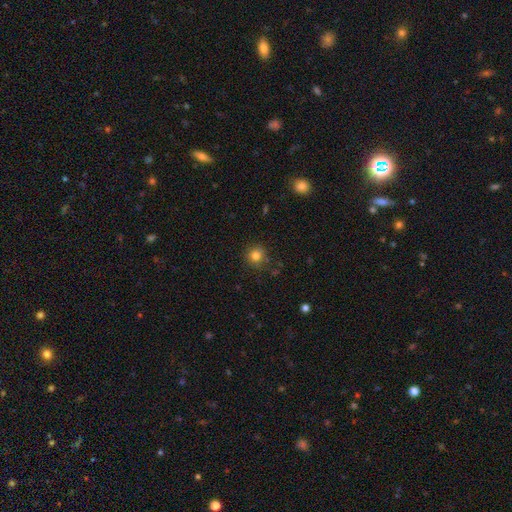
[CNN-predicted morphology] smooth-or-featured: smooth: 81% | star or artifact: 13% | featured or disk: 6%
  how-rounded: round: 92% | in between: 7% | cigar-shaped: 1%
  merging: none: 84% | minor disturbance: 11% | major disturbance: 3% | merger: 2%